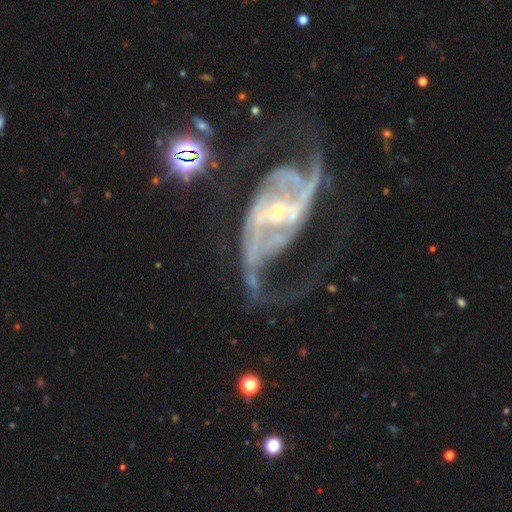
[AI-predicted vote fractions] This appears to be a featured or disk galaxy (89%) with a strong bar (36%), 2 (79%) loose (44%) spiral arms (95%) and a small central bulge (78%). Merging: none (49%).